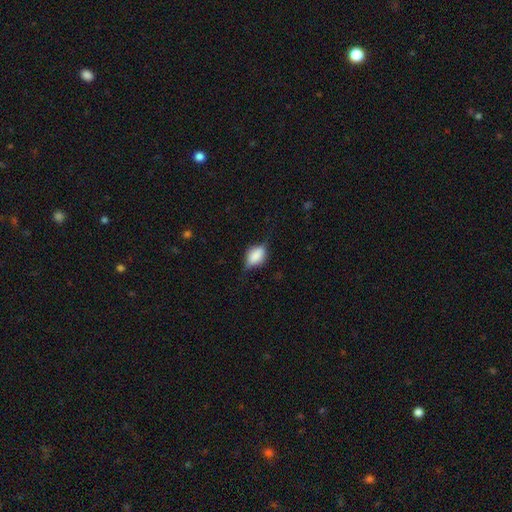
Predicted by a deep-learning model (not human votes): Q: Smooth or featured?
A: smooth (52%); runner-up: featured or disk (38%)
Q: How rounded?
A: in between (74%); runner-up: round (21%)
Q: Merging?
A: none (60%); runner-up: minor disturbance (27%)